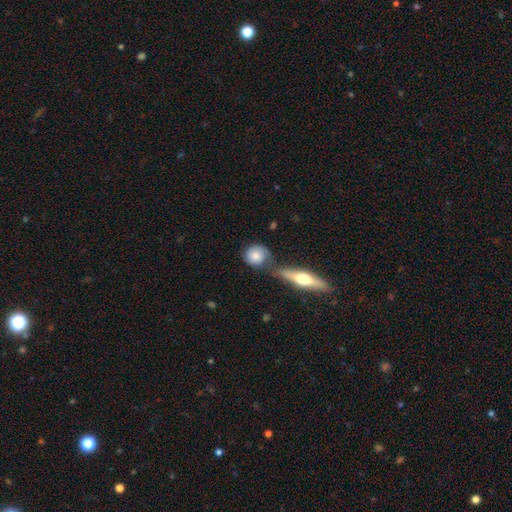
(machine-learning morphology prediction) Smooth or featured?
  - smooth: 71% *
  - featured or disk: 22%
  - star or artifact: 7%
How rounded?
  - round: 80% *
  - in between: 16%
  - cigar-shaped: 4%
Merging?
  - none: 56% *
  - merger: 23%
  - minor disturbance: 15%
  - major disturbance: 6%